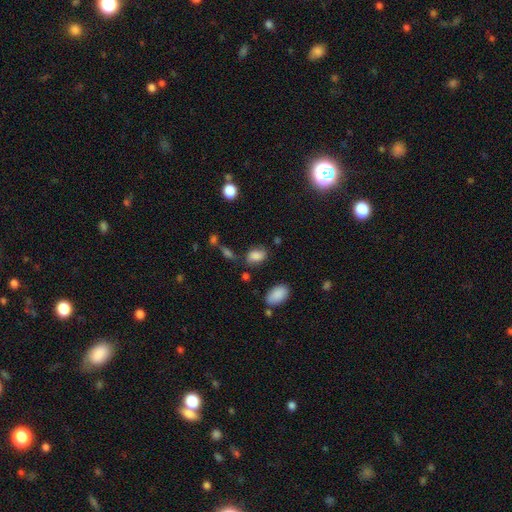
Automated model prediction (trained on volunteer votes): The model was most divided on "merging": none: 65%, minor disturbance: 22%, major disturbance: 7%, merger: 6%. More confident: how rounded — in between (87%); smooth or featured — smooth (80%).